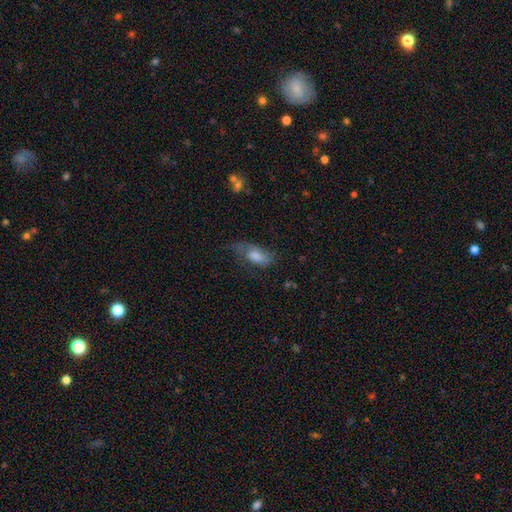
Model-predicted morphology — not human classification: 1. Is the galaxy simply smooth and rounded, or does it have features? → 55% smooth, 35% featured or disk, 10% star or artifact.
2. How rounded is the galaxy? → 82% in between, 12% cigar-shaped, 5% round.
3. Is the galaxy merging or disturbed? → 47% none, 29% minor disturbance, 21% major disturbance, 2% merger.